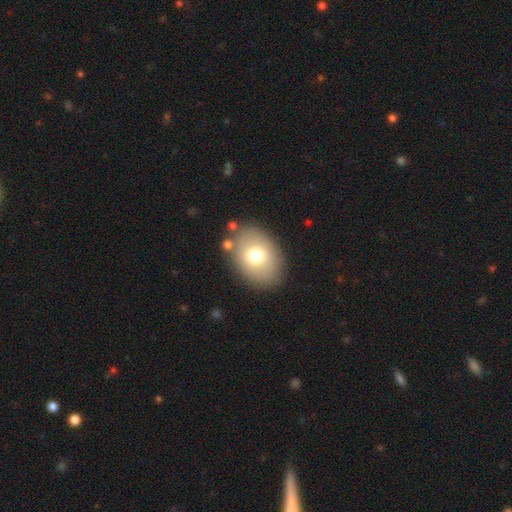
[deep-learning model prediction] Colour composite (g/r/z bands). It shows a smooth galaxy with no disk features (72%) that is in between round and cigar-shaped (75%). Merging: none (82%).